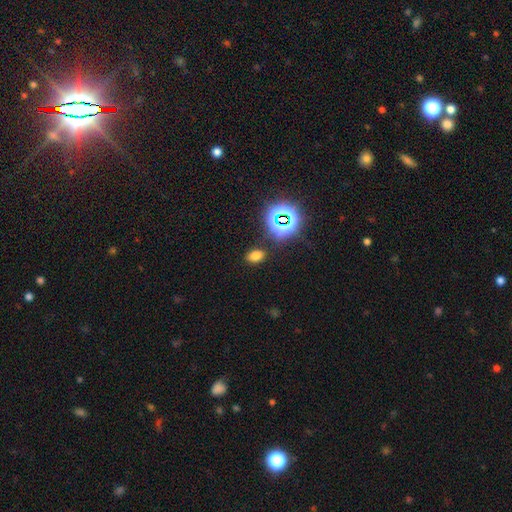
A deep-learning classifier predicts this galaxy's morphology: This is likely a smooth galaxy (67%). How rounded: clearly in between (80%). Merging: clearly none (84%).